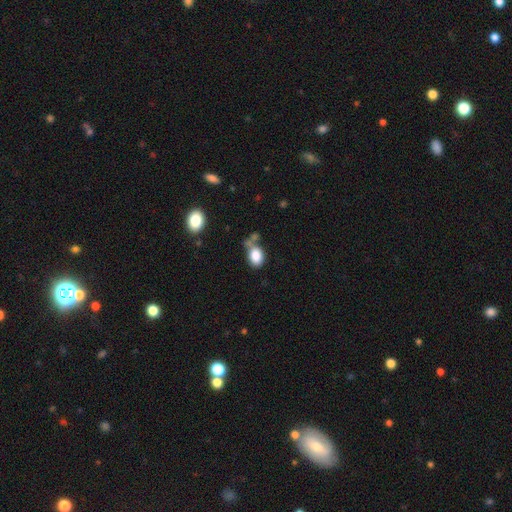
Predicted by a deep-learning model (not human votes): The model was most divided on "merging": none: 46%, merger: 24%, minor disturbance: 20%, major disturbance: 10%. More confident: smooth or featured — smooth (84%); how rounded — in between (76%).